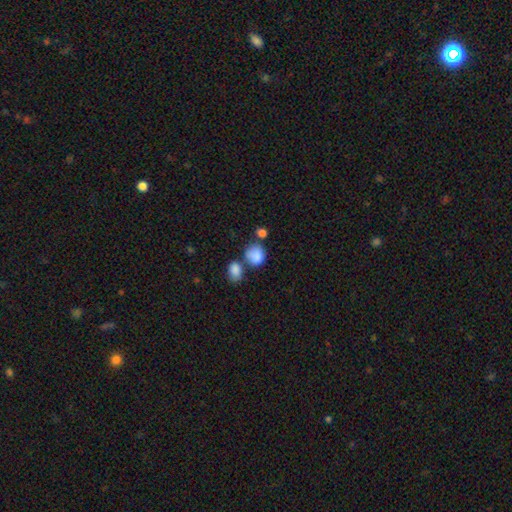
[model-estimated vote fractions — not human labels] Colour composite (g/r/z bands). It shows a smooth galaxy with no disk features (85%) that is round (66%). Merging: none (45%).